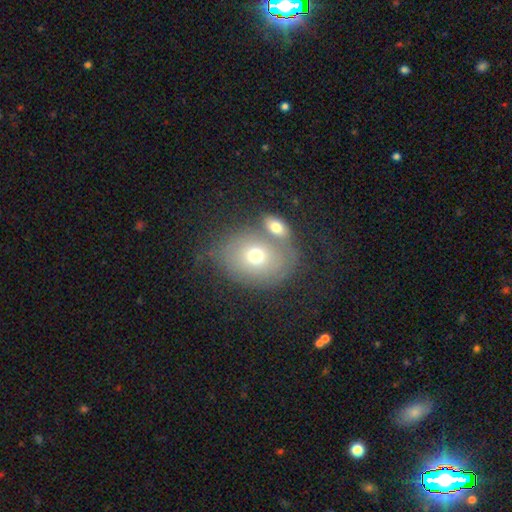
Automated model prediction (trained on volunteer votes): Q: Smooth or featured?
A: smooth (62%); runner-up: featured or disk (27%)
Q: How rounded?
A: in between (53%); runner-up: round (46%)
Q: Merging?
A: none (45%); runner-up: merger (31%)